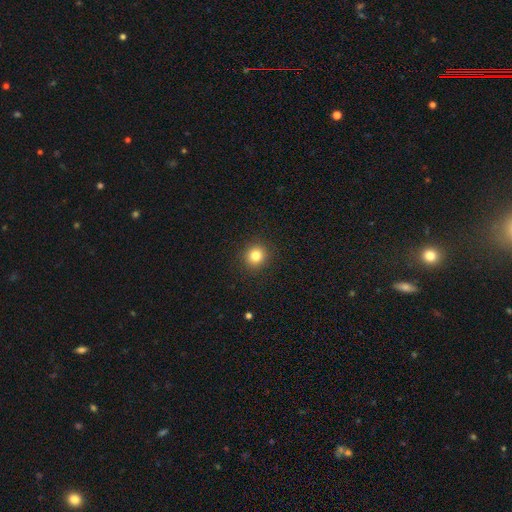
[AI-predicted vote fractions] A smooth galaxy with no disk features (82%) that is round (91%). Merging: none (92%).